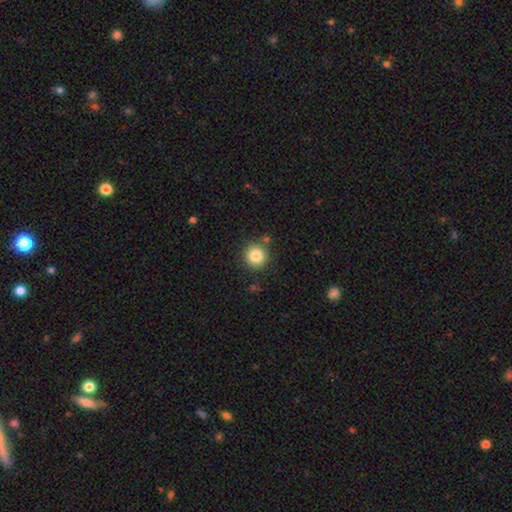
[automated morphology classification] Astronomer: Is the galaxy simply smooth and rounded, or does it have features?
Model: smooth — 84%.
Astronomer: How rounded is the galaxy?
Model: round — 94%.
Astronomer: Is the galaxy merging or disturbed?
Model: none — 85%.